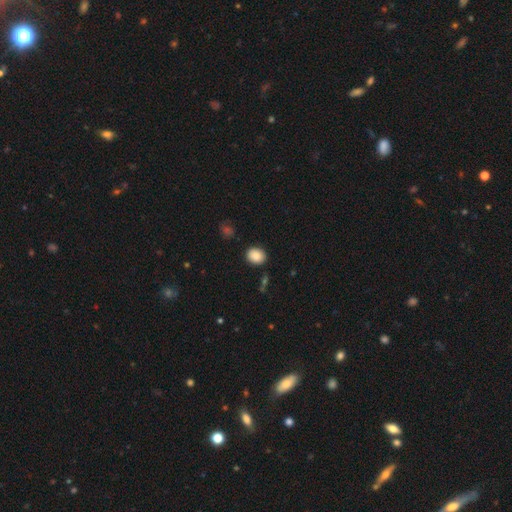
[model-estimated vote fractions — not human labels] smooth 88%, star or artifact 8%, featured or disk 4%. Down the decision tree: how rounded — round (52%); merging — none (87%).